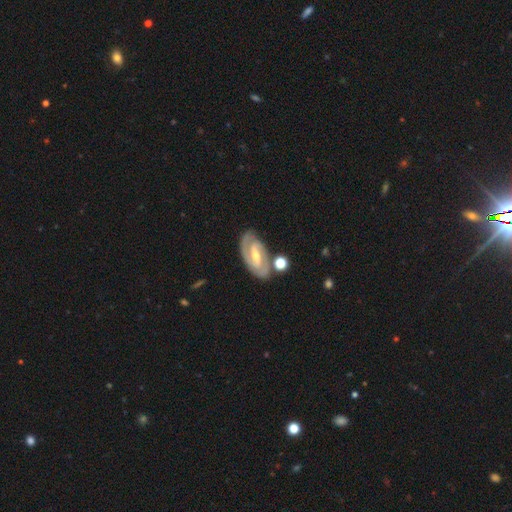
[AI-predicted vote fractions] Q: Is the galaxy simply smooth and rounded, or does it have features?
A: featured or disk — 87%.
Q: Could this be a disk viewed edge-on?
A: no — 95%.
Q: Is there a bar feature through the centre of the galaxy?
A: strong — 45%.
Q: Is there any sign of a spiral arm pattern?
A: yes — 97%.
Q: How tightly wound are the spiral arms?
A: tight — 55%.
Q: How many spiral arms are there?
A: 2 — 88%.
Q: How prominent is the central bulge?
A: moderate — 50%.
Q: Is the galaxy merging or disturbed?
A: none — 79%.